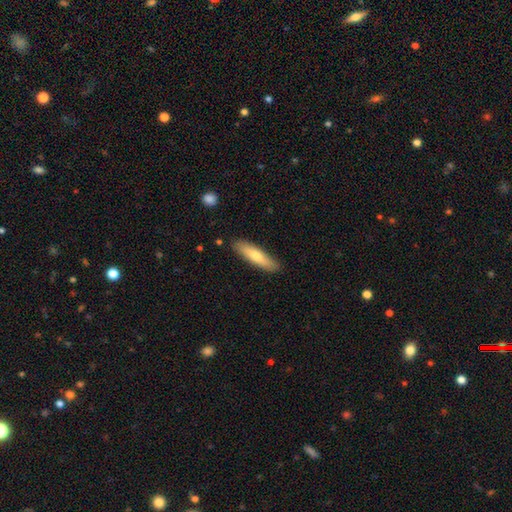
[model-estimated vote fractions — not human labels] Q: Smooth or featured?
A: smooth (66%); runner-up: featured or disk (28%)
Q: How rounded?
A: cigar-shaped (71%); runner-up: in between (27%)
Q: Merging?
A: none (87%); runner-up: minor disturbance (9%)